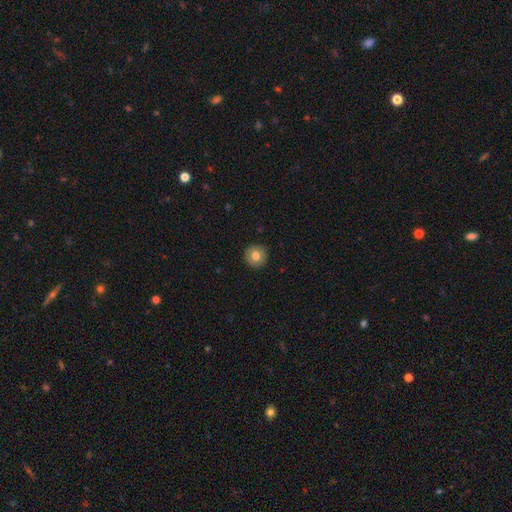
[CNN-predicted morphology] This appears to be a smooth galaxy with no disk features (78%) that is round (94%). Merging: none (90%).